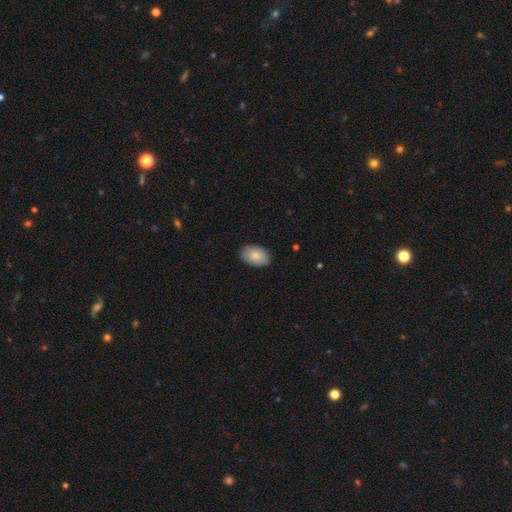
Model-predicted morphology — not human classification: The model was most divided on "merging": none: 86%, minor disturbance: 11%, major disturbance: 2%, merger: 1%. More confident: how rounded — in between (91%); smooth or featured — smooth (86%).